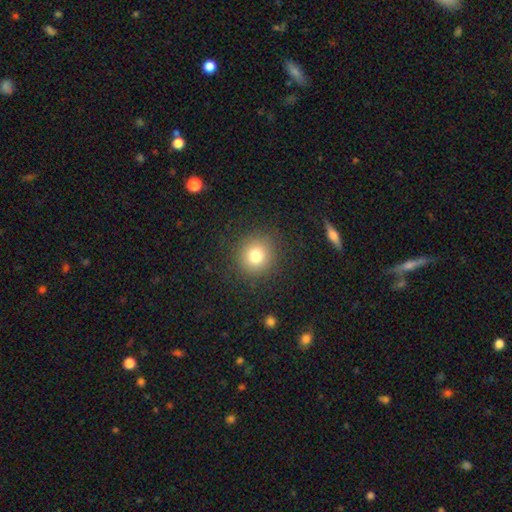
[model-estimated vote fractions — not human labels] smooth 77%, star or artifact 13%, featured or disk 10%. Down the decision tree: how rounded — round (91%); merging — none (88%).